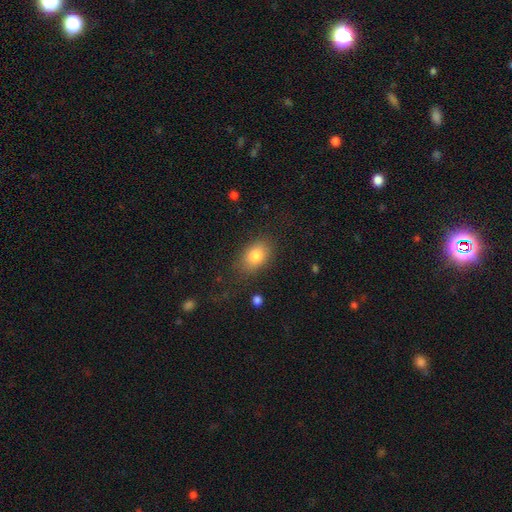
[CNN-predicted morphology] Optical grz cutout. It shows a smooth galaxy with no disk features (82%) that is in between round and cigar-shaped (82%). Merging: none (79%).